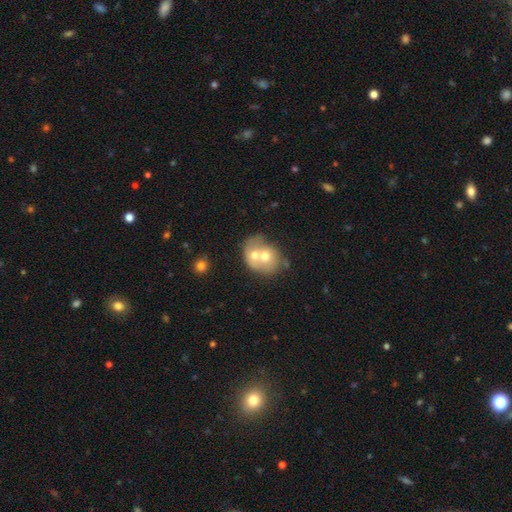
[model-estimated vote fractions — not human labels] This is possibly a smooth galaxy (53%). How rounded: possibly round (57%). Merging: likely merger (72%).